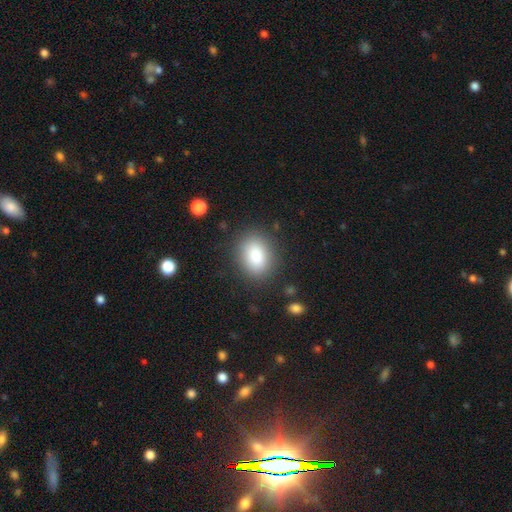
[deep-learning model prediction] Q: Smooth or featured?
A: smooth (86%); runner-up: star or artifact (8%)
Q: How rounded?
A: in between (66%); runner-up: round (33%)
Q: Merging?
A: none (84%); runner-up: minor disturbance (10%)